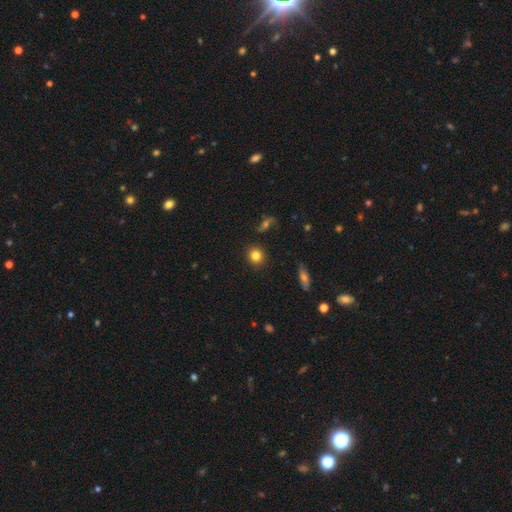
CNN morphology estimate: Smooth or featured? Predicted: smooth (p=0.83). How rounded? Predicted: round (p=0.86). Merging? Predicted: none (p=0.88).